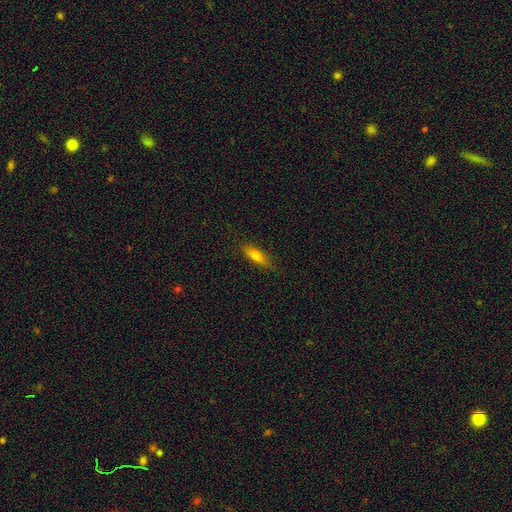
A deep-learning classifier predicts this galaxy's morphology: This is likely a smooth galaxy (74%). How rounded: possibly cigar-shaped (53%). Merging: clearly none (82%).